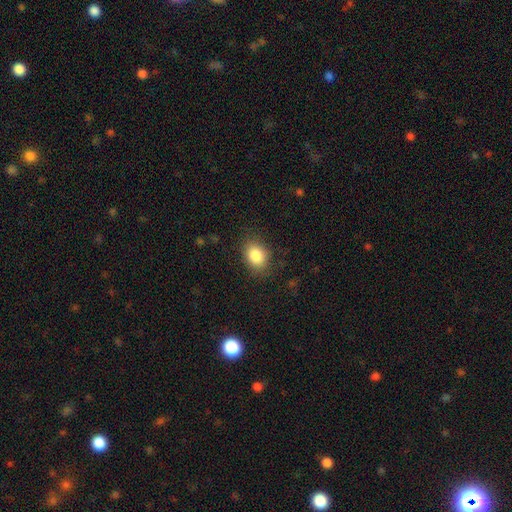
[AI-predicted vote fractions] Morphology: type=smooth (85%); roundness=in between (67%); merging=none (82%).